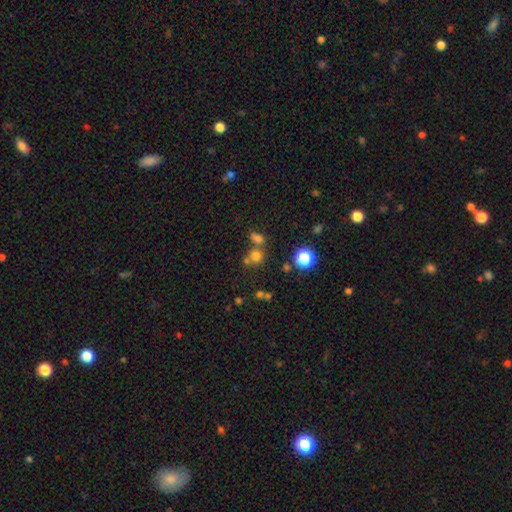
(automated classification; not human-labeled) This is likely a smooth galaxy (68%). How rounded: clearly round (84%). Merging: possibly none (59%).